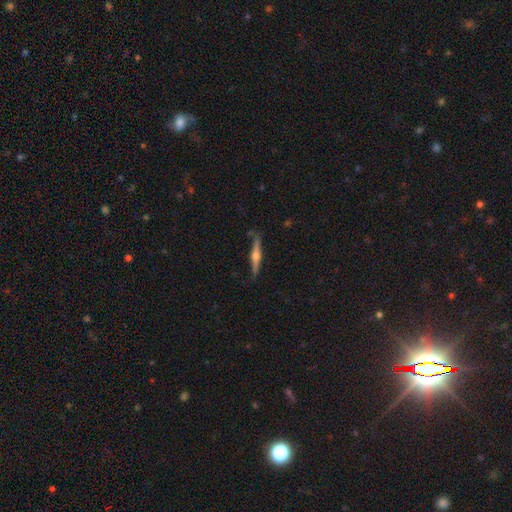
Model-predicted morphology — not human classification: smooth-or-featured: featured or disk: 75% | smooth: 20% | star or artifact: 6%
  disk-edge-on: yes: 98% | no: 2%
    edge-on-bulge: rounded: 89% | boxy: 7% | none: 4%
  merging: none: 80% | minor disturbance: 15% | major disturbance: 3% | merger: 2%